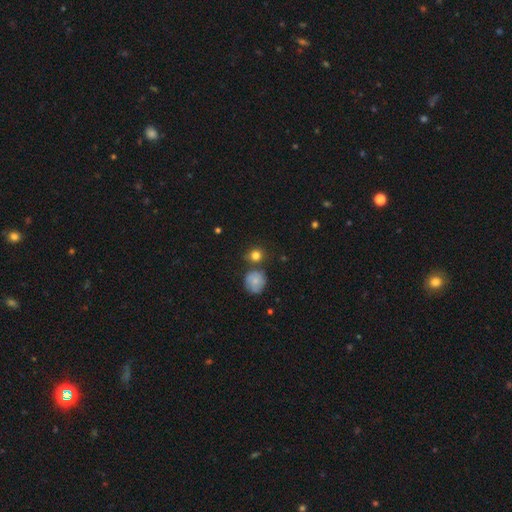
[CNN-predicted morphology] A smooth galaxy with no disk features (79%) that is round (87%).

Vote fractions:
- Smooth or featured? smooth: 79% / star or artifact: 11% / featured or disk: 10%
- How rounded? round: 87% / in between: 12% / cigar-shaped: 1%
- Merging? none: 72% / minor disturbance: 12% / merger: 12% / major disturbance: 4%